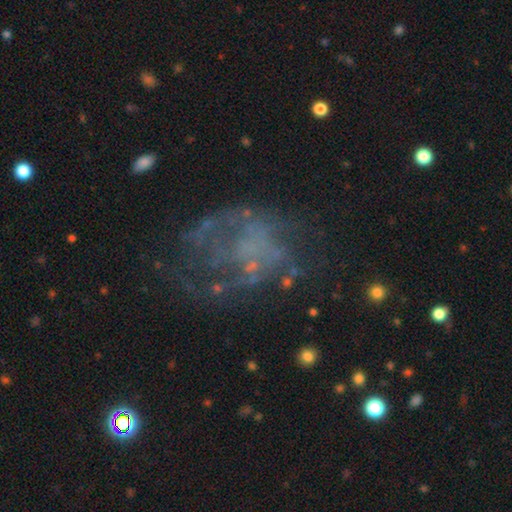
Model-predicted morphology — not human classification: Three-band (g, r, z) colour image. It shows a featured or disk galaxy (55%) with no bar (90%), no spiral arms (79%) and no central bulge (78%). Merging: none (42%).